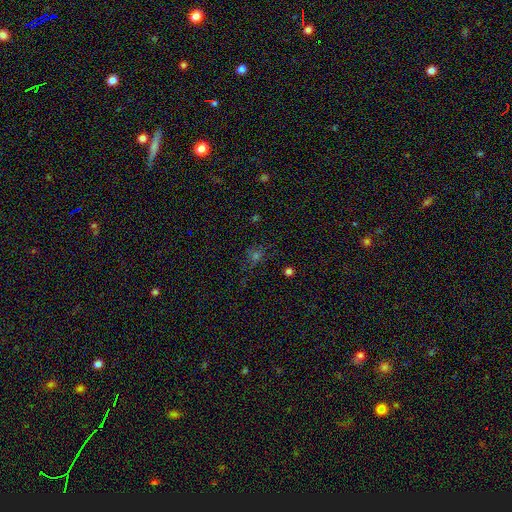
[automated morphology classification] A star or artifact, not a galaxy (45%).

Vote fractions:
- Smooth or featured? star or artifact: 45% / smooth: 40% / featured or disk: 15%